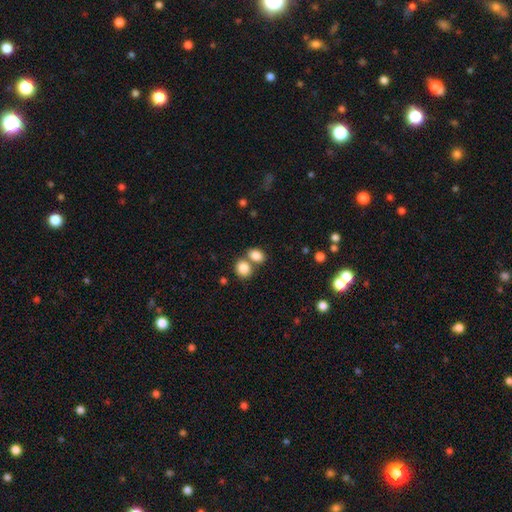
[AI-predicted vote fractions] Morphology: type=smooth (85%); roundness=in between (65%); merging=none (48%).